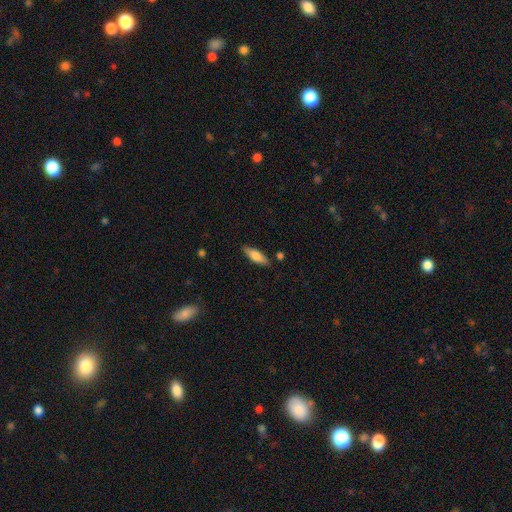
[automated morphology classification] Overall: smooth (69%). How rounded: in between (51%; cigar-shaped 47%). Merging: none (84%).